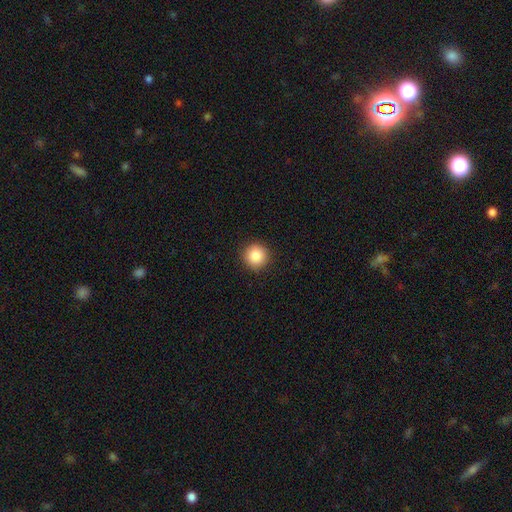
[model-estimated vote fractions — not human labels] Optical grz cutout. It shows a smooth galaxy with no disk features (87%) that is round (95%). Merging: none (92%).